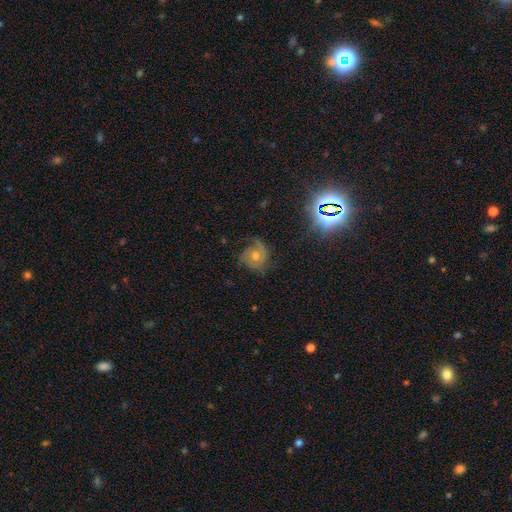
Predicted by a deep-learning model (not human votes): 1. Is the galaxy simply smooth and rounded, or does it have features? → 61% featured or disk, 20% star or artifact, 19% smooth.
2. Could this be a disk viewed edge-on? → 96% no, 4% yes.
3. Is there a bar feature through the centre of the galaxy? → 79% no, 16% weak, 4% strong.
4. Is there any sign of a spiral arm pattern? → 90% yes, 10% no.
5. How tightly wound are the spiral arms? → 41% medium, 40% tight, 19% loose.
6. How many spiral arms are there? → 29% 2, 25% 3, 21% can't tell, 17% 1, 4% 4, 4% more than 4.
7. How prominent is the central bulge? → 66% moderate, 27% small, 4% large, 2% none, 1% dominant.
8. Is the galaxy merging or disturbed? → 61% none, 23% minor disturbance, 14% major disturbance, 2% merger.